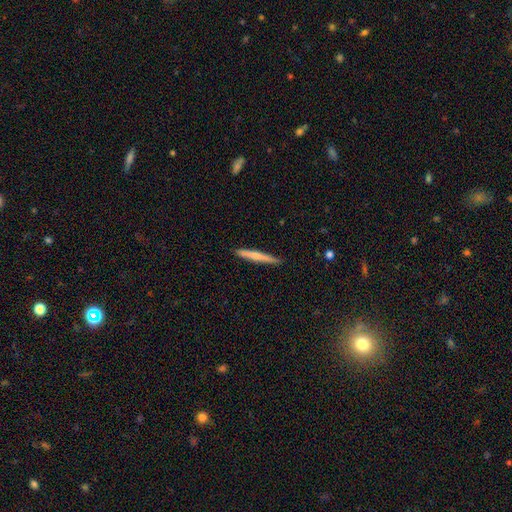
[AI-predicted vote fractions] Smooth or featured? smooth (61%)
How rounded? cigar-shaped (96%)
Merging? none (89%)